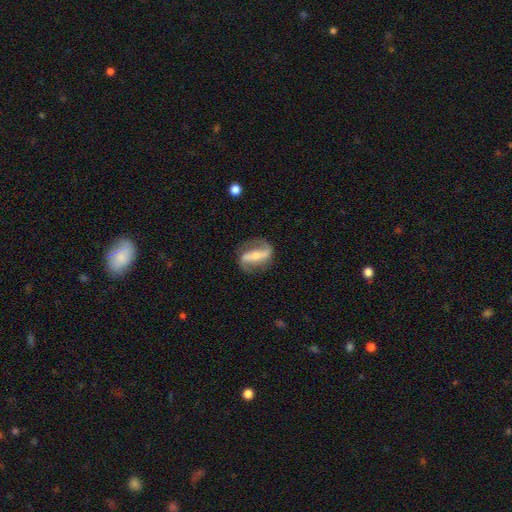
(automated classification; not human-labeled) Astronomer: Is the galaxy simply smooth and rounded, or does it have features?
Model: featured or disk — 81%.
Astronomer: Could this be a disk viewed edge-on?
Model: no — 90%.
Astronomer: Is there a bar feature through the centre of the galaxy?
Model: strong — 71%.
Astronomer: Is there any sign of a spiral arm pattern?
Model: yes — 87%.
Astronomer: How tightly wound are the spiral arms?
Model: loose — 45% (runner-up: medium, 37%).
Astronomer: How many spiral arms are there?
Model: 2 — 88%.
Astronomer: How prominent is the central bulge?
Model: small — 46% (runner-up: moderate, 37%).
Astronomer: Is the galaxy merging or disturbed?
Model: none — 76%.